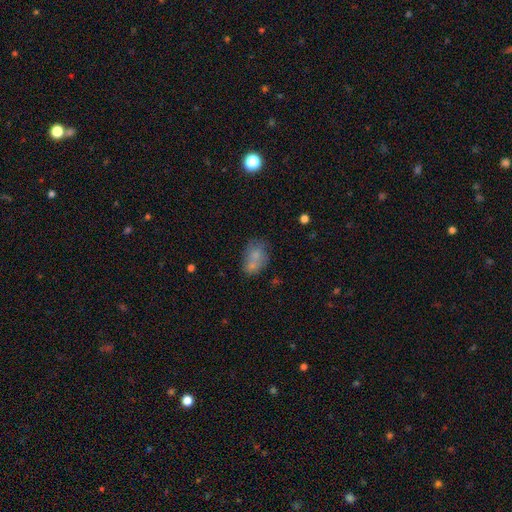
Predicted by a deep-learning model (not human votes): The model was most divided on "merging": none: 40%, merger: 31%, minor disturbance: 20%, major disturbance: 10%. More confident: how rounded — in between (76%); smooth or featured — smooth (70%).